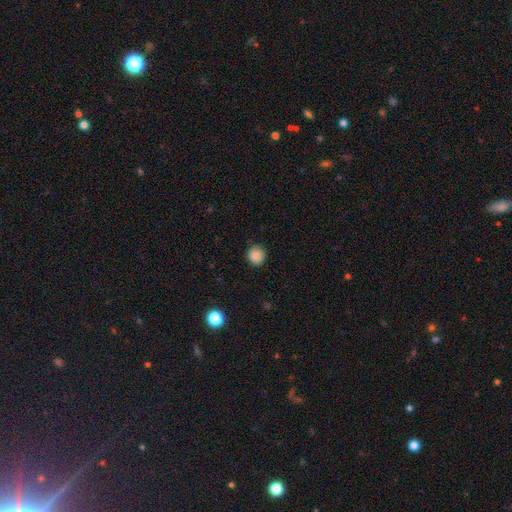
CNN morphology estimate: The model was most divided on "merging": none: 82%, minor disturbance: 14%, major disturbance: 3%, merger: 1%. More confident: how rounded — round (89%); smooth or featured — smooth (85%).